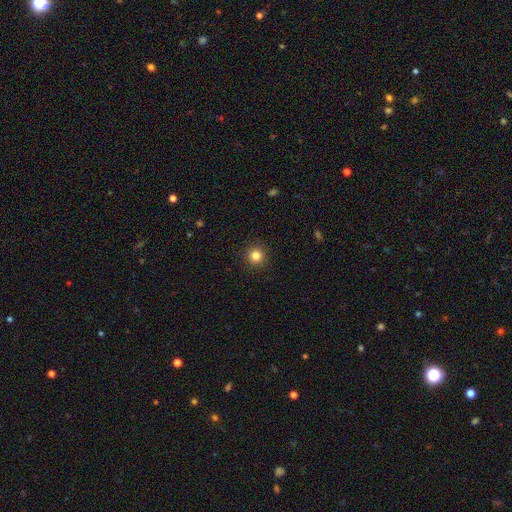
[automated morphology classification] The model was most divided on "smooth or featured": smooth: 83%, star or artifact: 12%, featured or disk: 5%. More confident: how rounded — round (95%); merging — none (92%).